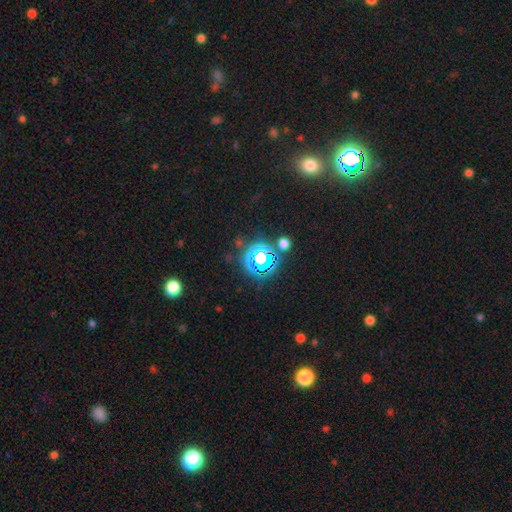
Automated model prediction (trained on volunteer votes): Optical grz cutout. It shows a star or artifact, not a galaxy (74%).